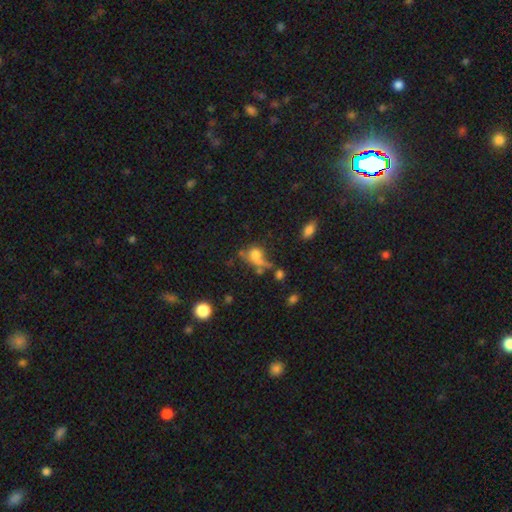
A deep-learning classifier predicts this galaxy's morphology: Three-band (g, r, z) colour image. It shows a smooth galaxy with no disk features (65%) that is round (51%). Merging: none (32%).